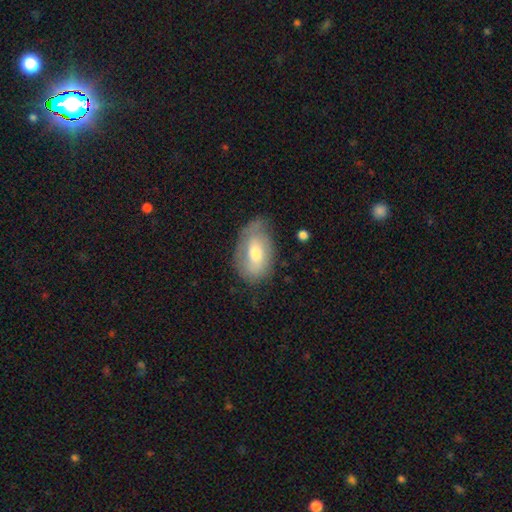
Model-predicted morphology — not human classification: This is possibly a featured or disk galaxy (50%). Merging: likely none (63%).